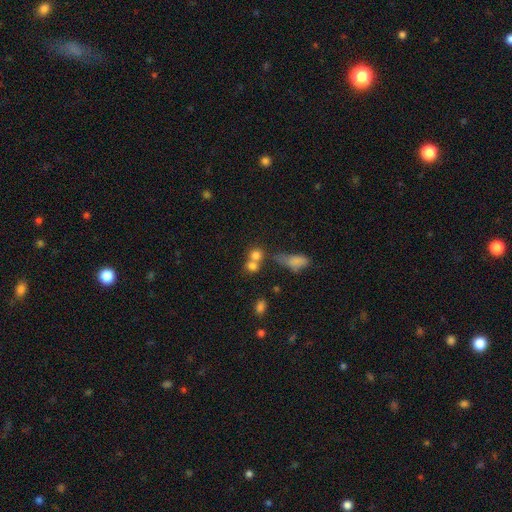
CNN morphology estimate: type=smooth (75%); roundness=round (77%); merging=merger (50%).